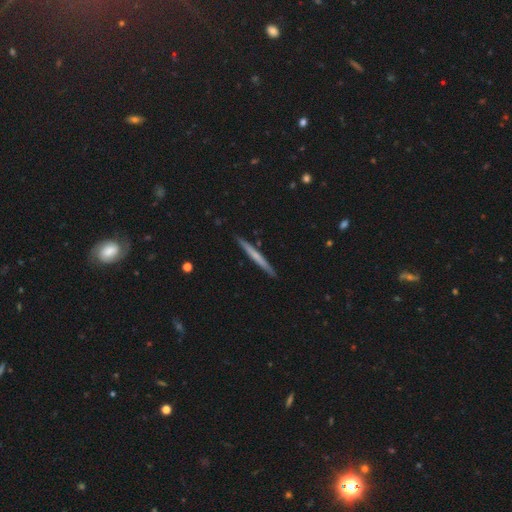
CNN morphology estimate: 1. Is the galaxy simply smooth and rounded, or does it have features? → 51% smooth, 44% featured or disk, 5% star or artifact.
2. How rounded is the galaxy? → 97% cigar-shaped, 2% in between, 1% round.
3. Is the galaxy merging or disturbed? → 92% none, 6% minor disturbance, 1% merger, 1% major disturbance.